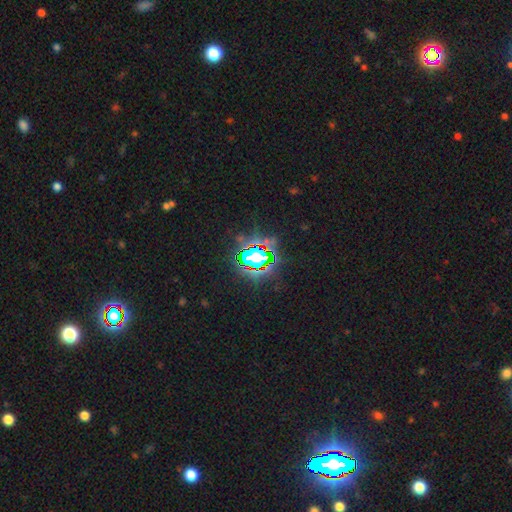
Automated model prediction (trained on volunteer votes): Morphology: type=star or artifact (72%).